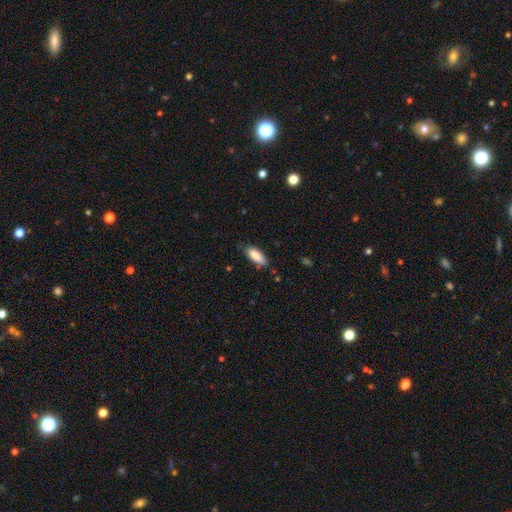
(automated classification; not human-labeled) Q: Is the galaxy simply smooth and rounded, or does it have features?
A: smooth — 86%.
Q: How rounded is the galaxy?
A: in between — 79%.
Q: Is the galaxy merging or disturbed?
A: none — 70%.